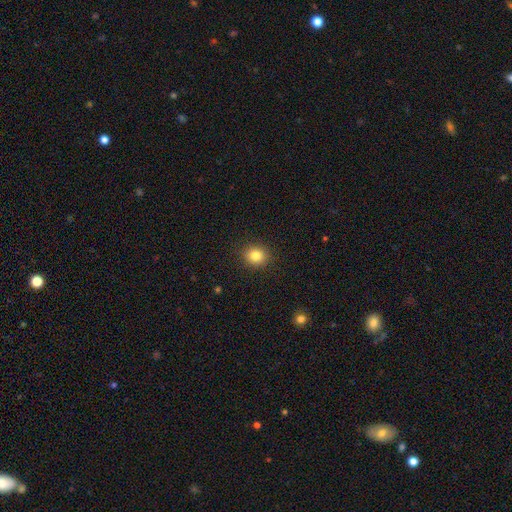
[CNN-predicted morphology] smooth-or-featured: smooth: 82% | star or artifact: 11% | featured or disk: 6%
  how-rounded: round: 79% | in between: 20% | cigar-shaped: 1%
  merging: none: 90% | minor disturbance: 7% | major disturbance: 2% | merger: 1%